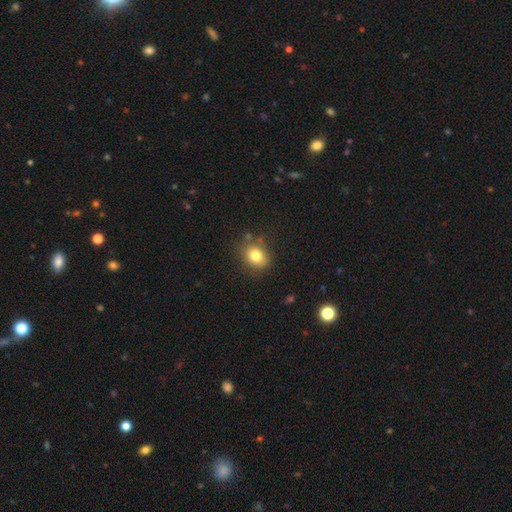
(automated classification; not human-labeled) Smooth or featured? Predicted: smooth (p=0.80). How rounded? Predicted: in between (p=0.51). Merging? Predicted: none (p=0.78).